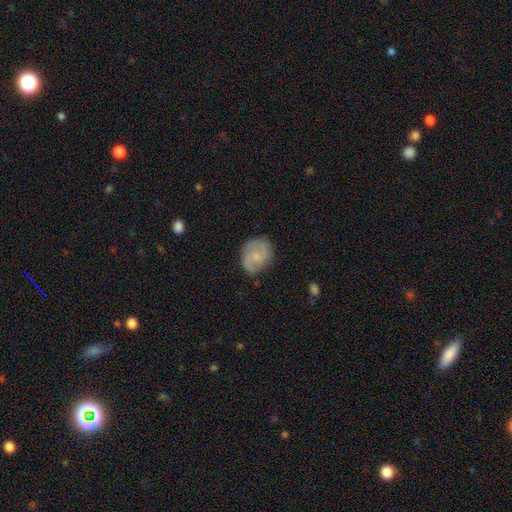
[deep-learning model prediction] Smooth or featured?
  - featured or disk: 54% *
  - smooth: 39%
  - star or artifact: 7%
Edge-on disk?
  - no: 97% *
  - yes: 3%
Bar?
  - no: 60% *
  - weak: 35%
  - strong: 5%
Spiral arms?
  - yes: 87% *
  - no: 13%
Bulge size?
  - small: 50% *
  - moderate: 25%
  - none: 22%
  - large: 2%
  - dominant: 1%
Merging?
  - none: 71% *
  - minor disturbance: 21%
  - major disturbance: 6%
  - merger: 1%